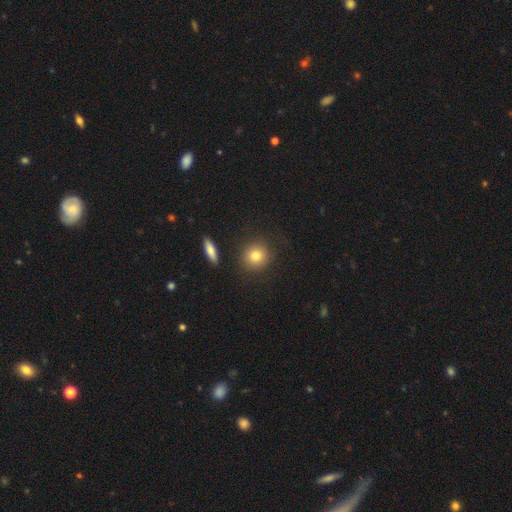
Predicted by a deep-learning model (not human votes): A smooth galaxy with no disk features (81%) that is round (88%). Merging: none (87%).